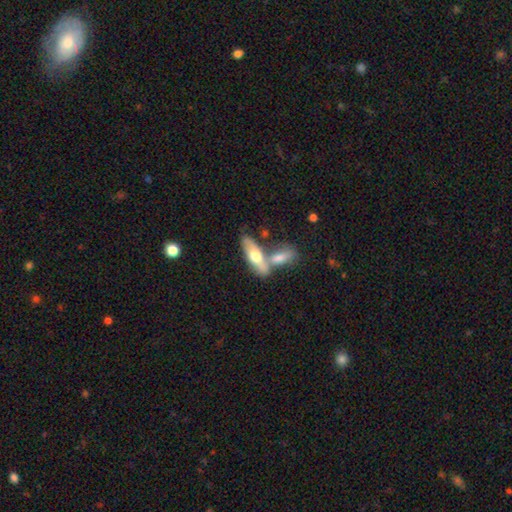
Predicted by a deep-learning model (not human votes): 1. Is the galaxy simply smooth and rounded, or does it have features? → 57% smooth, 38% featured or disk, 5% star or artifact.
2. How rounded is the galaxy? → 62% in between, 35% cigar-shaped, 3% round.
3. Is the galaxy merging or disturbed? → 46% merger, 41% none, 9% minor disturbance, 4% major disturbance.